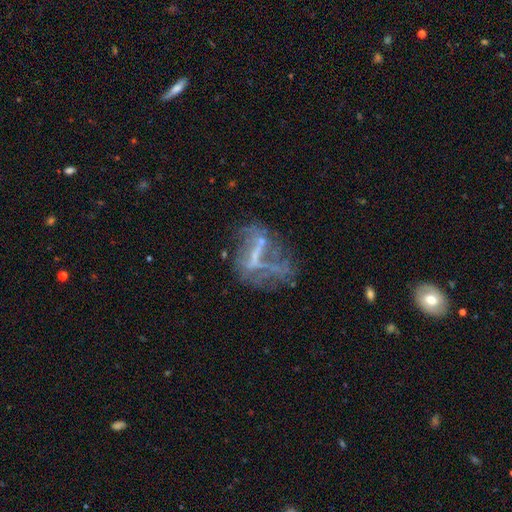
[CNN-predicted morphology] smooth-or-featured: featured or disk: 66% | smooth: 18% | star or artifact: 16%
  disk-edge-on: no: 94% | yes: 6%
    bar: strong: 35% (tied) | no: 35% (tied) | weak: 30%
    has-spiral-arms: no: 69% | yes: 31%
    bulge-size: none: 54% | small: 28% | moderate: 14% | large: 2% | dominant: 1%
  merging: none: 36% | major disturbance: 35% | minor disturbance: 18% | merger: 11%